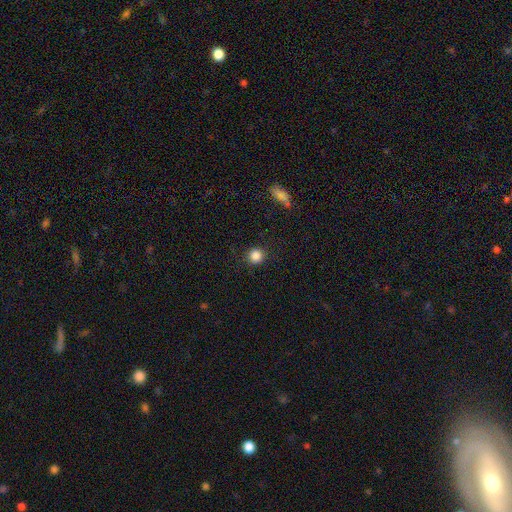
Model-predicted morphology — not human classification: The model was most divided on "smooth or featured": smooth: 86%, star or artifact: 11%, featured or disk: 4%. More confident: how rounded — round (93%); merging — none (90%).